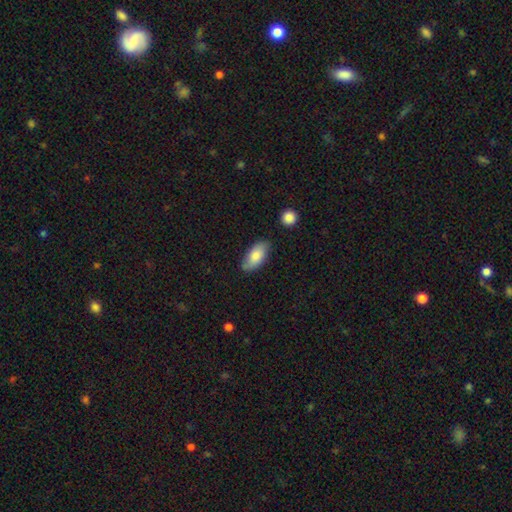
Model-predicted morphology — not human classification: smooth-or-featured: smooth: 78% | featured or disk: 15% | star or artifact: 6%
  how-rounded: in between: 91% | cigar-shaped: 6% | round: 3%
  merging: none: 75% | minor disturbance: 18% | merger: 3% | major disturbance: 3%